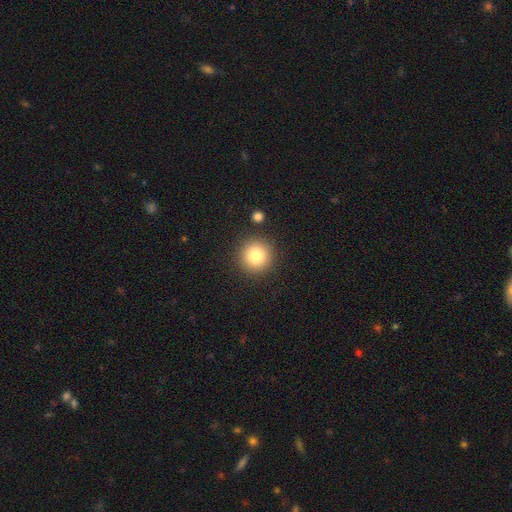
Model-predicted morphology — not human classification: smooth-or-featured: smooth: 81% | star or artifact: 11% | featured or disk: 8%
  how-rounded: round: 95% | in between: 4% | cigar-shaped: 1%
  merging: none: 88% | minor disturbance: 6% | merger: 3% | major disturbance: 2%